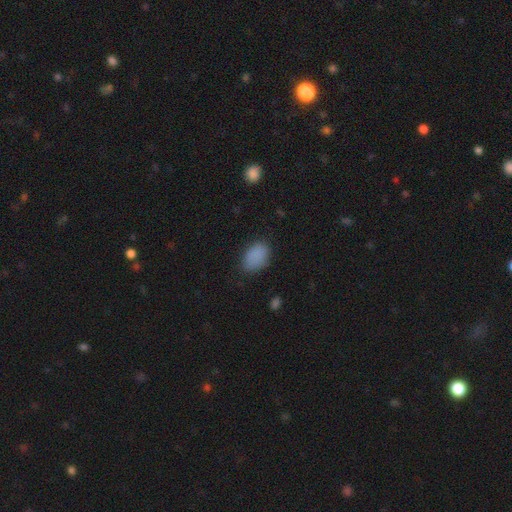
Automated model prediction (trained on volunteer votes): smooth_or_featured: smooth (p=0.86) [alt: star or artifact p=0.09]
how_rounded: in between (p=0.86) [alt: round p=0.13]
merging: none (p=0.78) [alt: minor disturbance p=0.16]